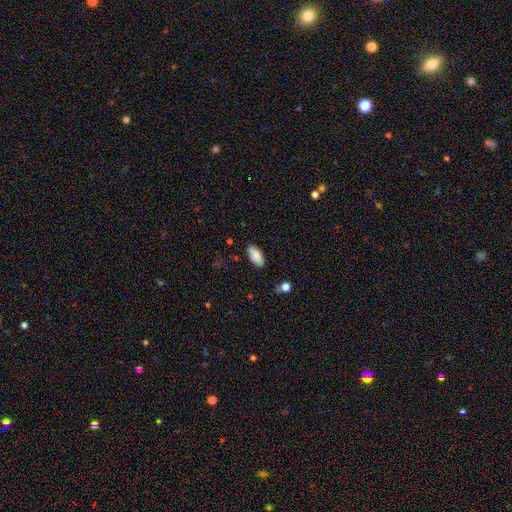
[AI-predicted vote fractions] A smooth galaxy with no disk features (88%) that is in between round and cigar-shaped (89%). Merging: none (86%).